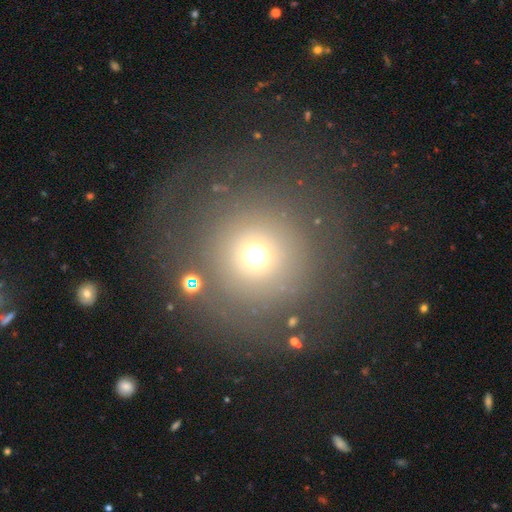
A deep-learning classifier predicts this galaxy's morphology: smooth_or_featured: smooth (p=0.66) [alt: star or artifact p=0.24]
how_rounded: round (p=0.95) [alt: in between p=0.04]
merging: none (p=0.80) [alt: minor disturbance p=0.08]